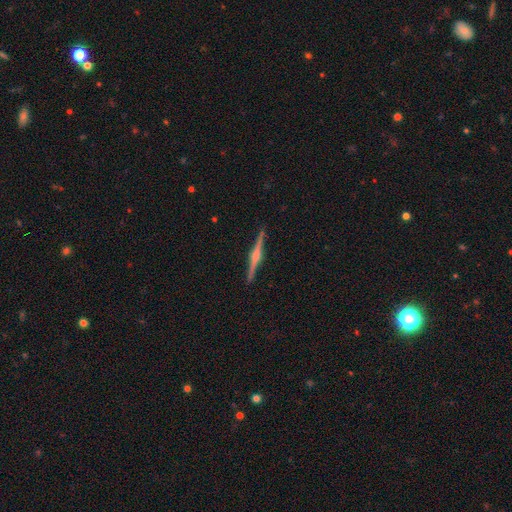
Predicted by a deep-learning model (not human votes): Overall: featured or disk (85%). Edge-on disk: yes (99%). Edge-on bulge: rounded (86%). Merging: none (92%).